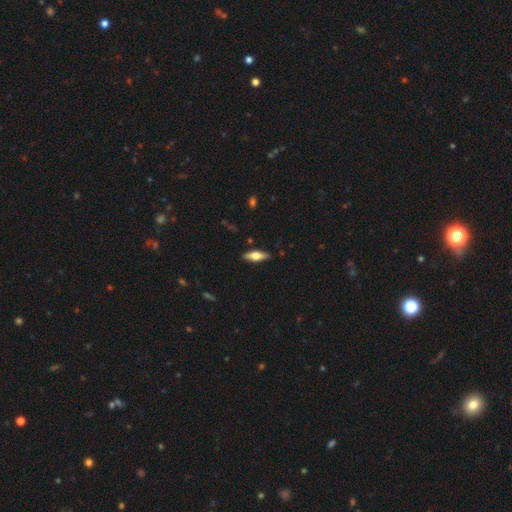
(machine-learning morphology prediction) Smooth or featured: featured or disk — 47% (tied with smooth — 47%)
Merging: none — 87% (minor disturbance — 10%)